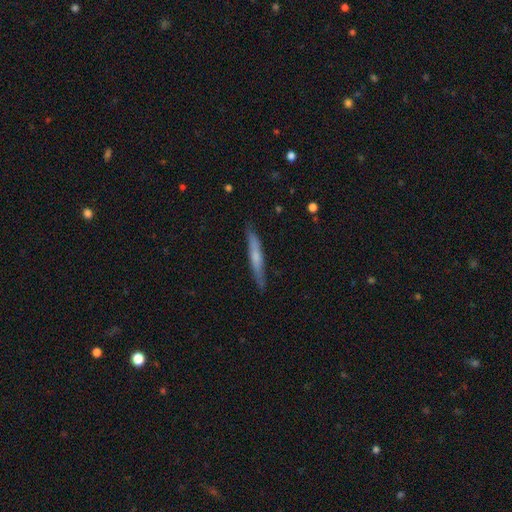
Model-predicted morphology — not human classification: type=smooth (52%); roundness=cigar-shaped (95%); merging=none (85%).